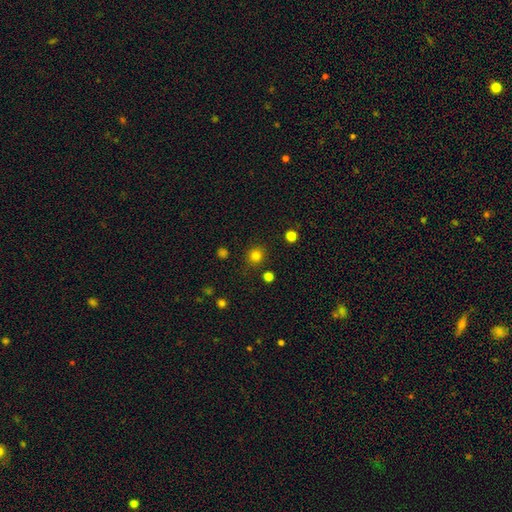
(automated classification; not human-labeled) Morphology: type=smooth (80%); roundness=round (90%); merging=none (88%).